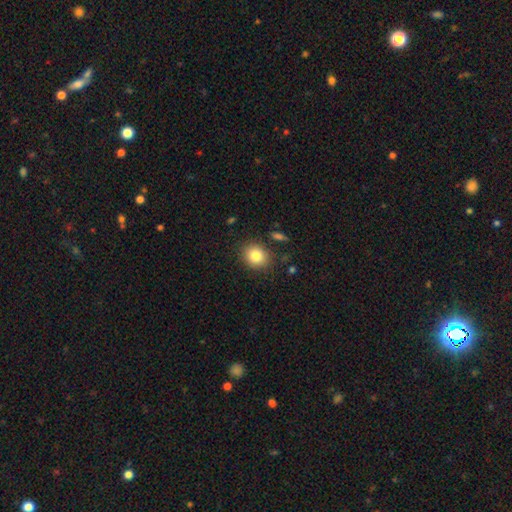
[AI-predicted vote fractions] This appears to be a smooth galaxy with no disk features (83%) that is round (71%). Merging: none (85%).